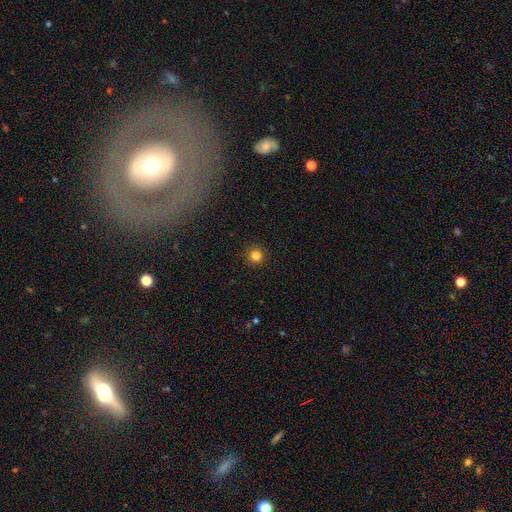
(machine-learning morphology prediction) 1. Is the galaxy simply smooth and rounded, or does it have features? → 82% smooth, 13% star or artifact, 5% featured or disk.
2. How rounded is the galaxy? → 94% round, 5% in between, 1% cigar-shaped.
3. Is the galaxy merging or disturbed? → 92% none, 5% minor disturbance, 2% major disturbance, 1% merger.